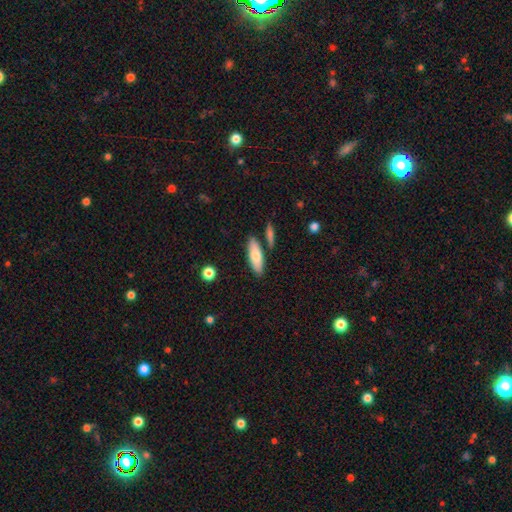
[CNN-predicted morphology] This is likely a smooth galaxy (74%). How rounded: likely in between (60%). Merging: clearly none (81%).